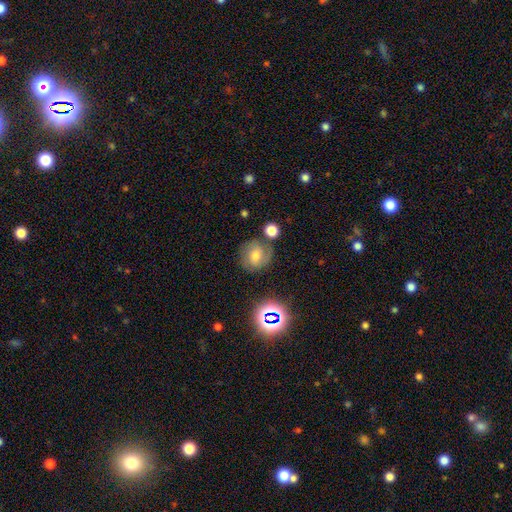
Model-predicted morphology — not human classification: This is possibly a smooth galaxy (48%). Merging: likely none (68%).